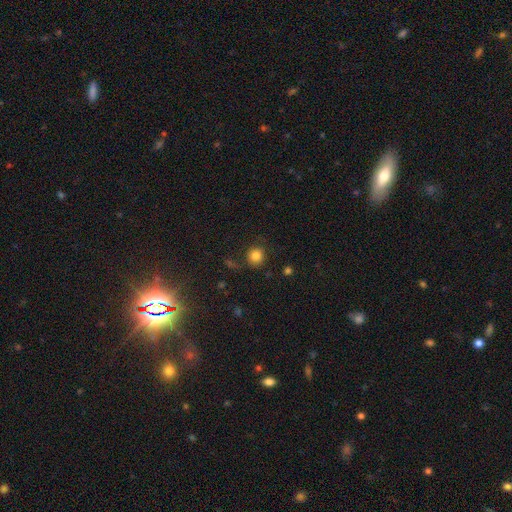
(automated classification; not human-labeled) smooth_or_featured: smooth (p=0.82) [alt: star or artifact p=0.12]
how_rounded: round (p=0.91) [alt: in between p=0.08]
merging: none (p=0.81) [alt: minor disturbance p=0.11]